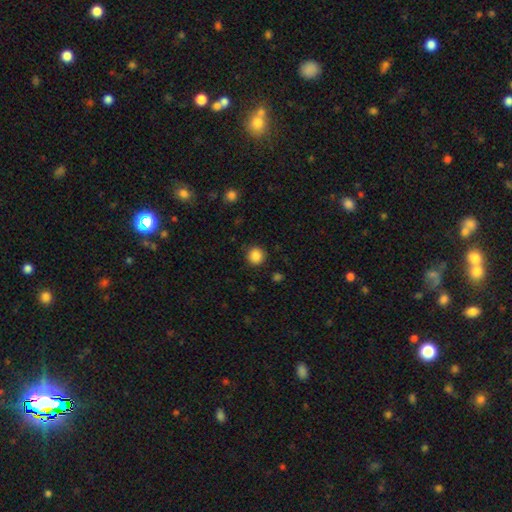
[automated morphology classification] smooth_or_featured: smooth (p=0.87) [alt: star or artifact p=0.10]
how_rounded: round (p=0.91) [alt: in between p=0.08]
merging: none (p=0.90) [alt: minor disturbance p=0.07]